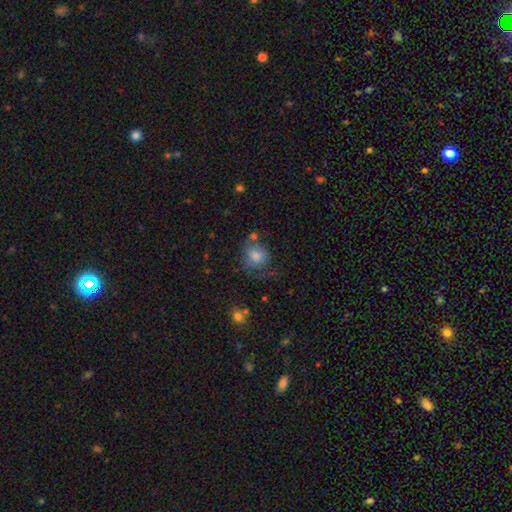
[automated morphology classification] Smooth or featured? smooth (73%)
How rounded? round (77%)
Merging? none (50%)